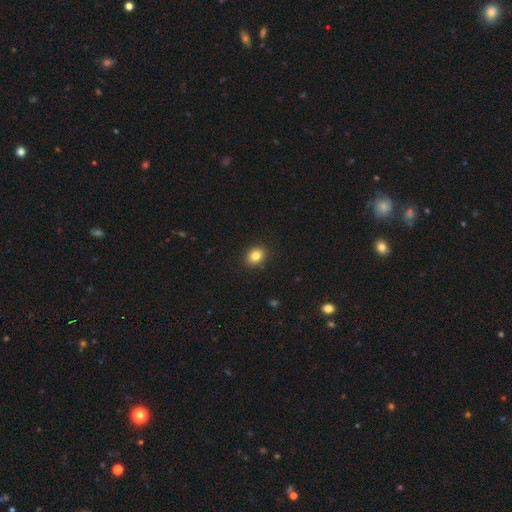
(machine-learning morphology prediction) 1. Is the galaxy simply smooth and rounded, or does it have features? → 83% smooth, 11% star or artifact, 7% featured or disk.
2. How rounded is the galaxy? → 52% round, 47% in between, 1% cigar-shaped.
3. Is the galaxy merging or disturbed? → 90% none, 7% minor disturbance, 2% major disturbance, 1% merger.